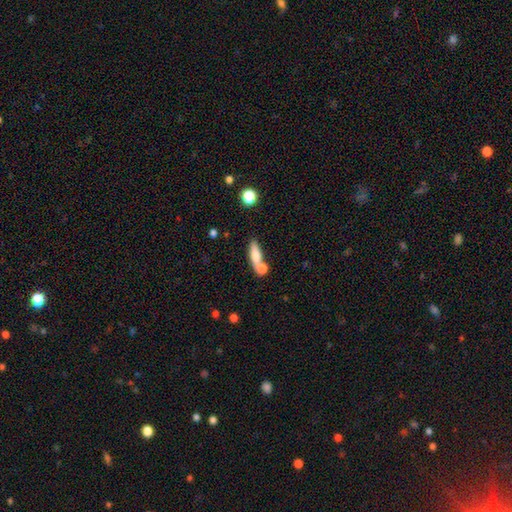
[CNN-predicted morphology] This is likely a smooth galaxy (71%). How rounded: possibly cigar-shaped (51%). Merging: possibly none (51%).